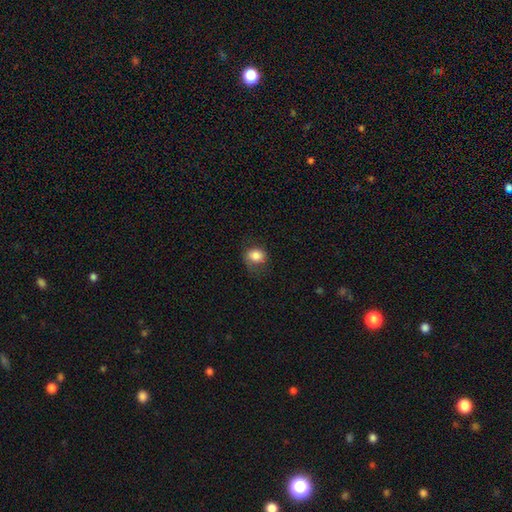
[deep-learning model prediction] The model was most divided on "how rounded": round: 63%, in between: 36%, cigar-shaped: 1%. More confident: smooth or featured — smooth (82%); merging — none (57%).